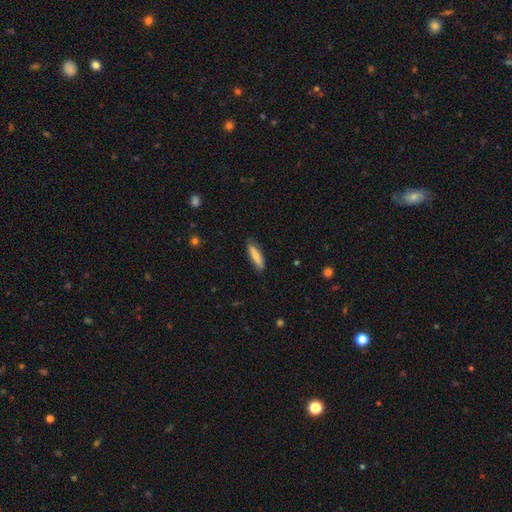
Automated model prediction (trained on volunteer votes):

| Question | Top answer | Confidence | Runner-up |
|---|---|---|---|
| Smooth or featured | smooth | 80% | featured or disk (14%) |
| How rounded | cigar-shaped | 79% | in between (20%) |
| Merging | none | 83% | minor disturbance (13%) |